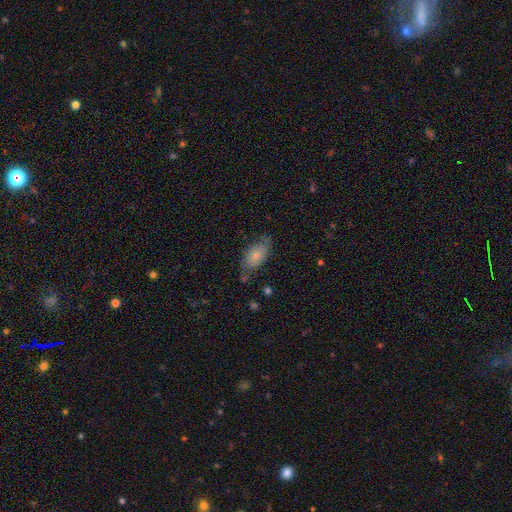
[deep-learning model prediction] A smooth galaxy with no disk features (53%) that is in between round and cigar-shaped (87%). Merging: none (65%).